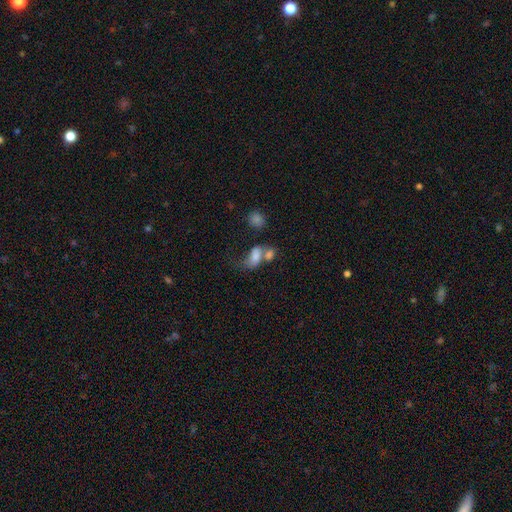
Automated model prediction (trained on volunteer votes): smooth-or-featured: smooth: 72% | featured or disk: 17% | star or artifact: 11%
  how-rounded: in between: 83% | round: 13% | cigar-shaped: 4%
  merging: merger: 54% | none: 20% | major disturbance: 15% | minor disturbance: 11%